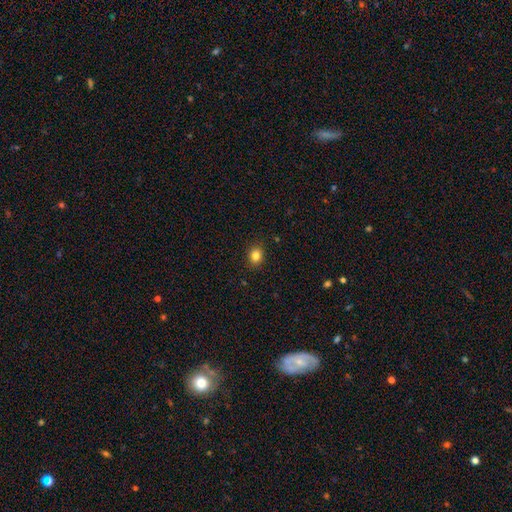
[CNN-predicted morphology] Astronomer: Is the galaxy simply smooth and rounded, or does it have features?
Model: smooth — 83%.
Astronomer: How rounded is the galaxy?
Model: round — 56% (runner-up: in between, 43%).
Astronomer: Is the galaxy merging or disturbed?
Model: none — 90%.